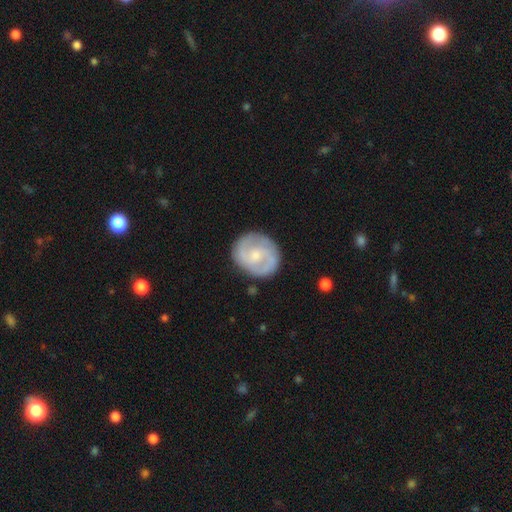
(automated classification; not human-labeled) Morphology: type=featured or disk (72%); edge-on=no (98%); bar=no (50%); spiral arms=yes (90%); winding=tight (43%, tied with medium); arm count=2 (73%); bulge=small (54%); merging=none (82%).